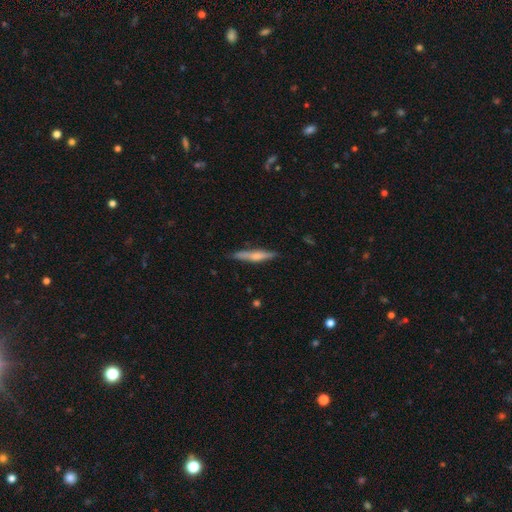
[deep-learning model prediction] This appears to be a featured or disk galaxy (48%). Merging: none (84%).